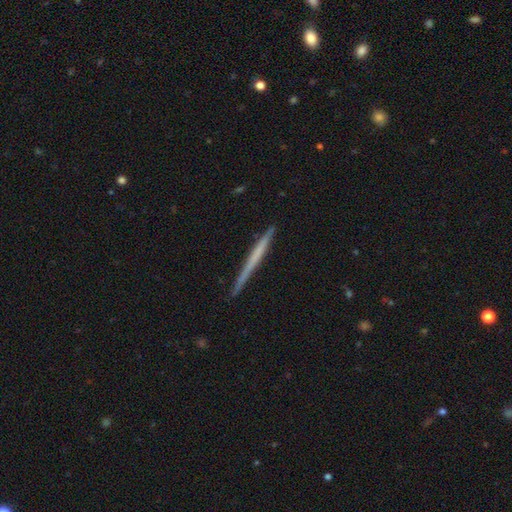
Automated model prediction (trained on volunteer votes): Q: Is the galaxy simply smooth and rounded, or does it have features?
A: featured or disk — 52%.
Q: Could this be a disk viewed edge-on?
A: yes — 98%.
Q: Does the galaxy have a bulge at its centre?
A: none — 89%.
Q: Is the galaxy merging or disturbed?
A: none — 88%.